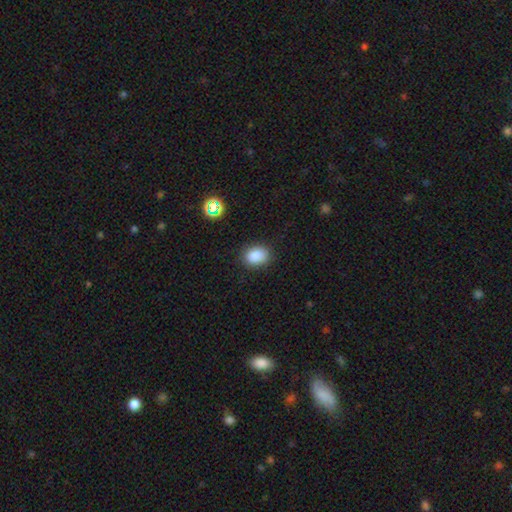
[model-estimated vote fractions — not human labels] This appears to be a smooth galaxy with no disk features (86%) that is in between round and cigar-shaped (71%). Merging: none (84%).